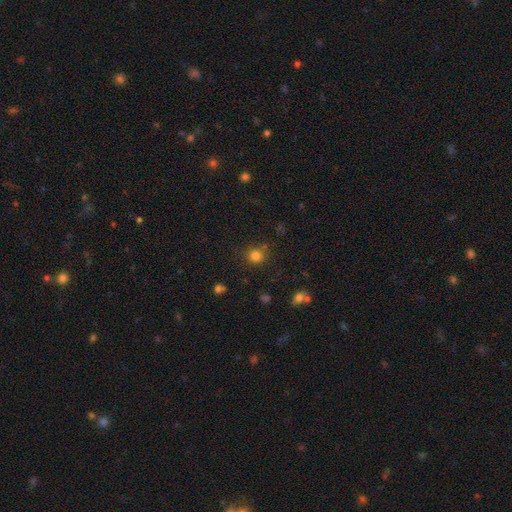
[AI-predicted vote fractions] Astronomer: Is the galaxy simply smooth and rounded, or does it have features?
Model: smooth — 80%.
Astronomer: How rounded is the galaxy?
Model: round — 89%.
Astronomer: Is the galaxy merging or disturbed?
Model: none — 79%.